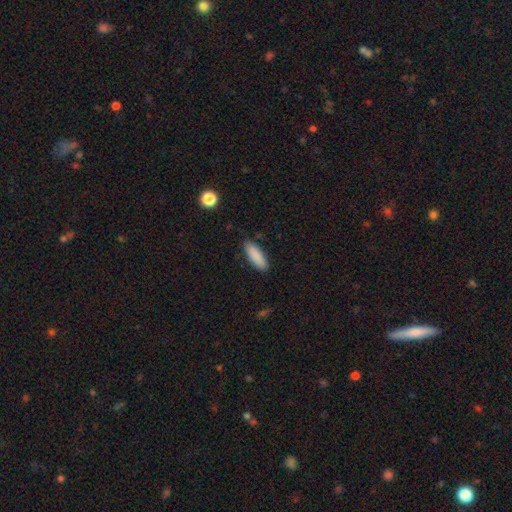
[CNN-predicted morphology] This appears to be a smooth galaxy with no disk features (89%) that is in between round and cigar-shaped (59%). Merging: none (87%).